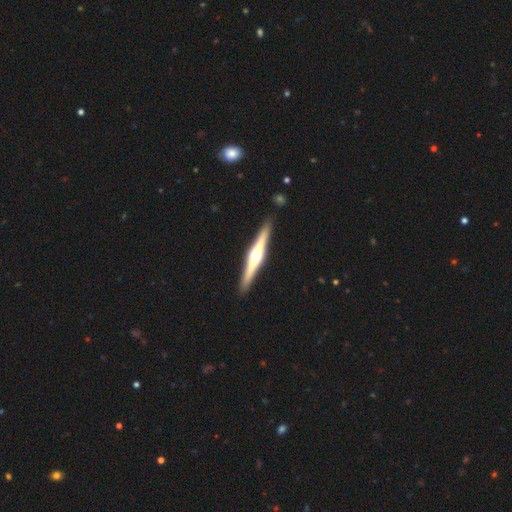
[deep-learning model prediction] The model was most divided on "smooth or featured": featured or disk: 79%, smooth: 17%, star or artifact: 5%. More confident: edge-on disk — yes (98%); edge-on bulge — rounded (92%); merging — none (91%).